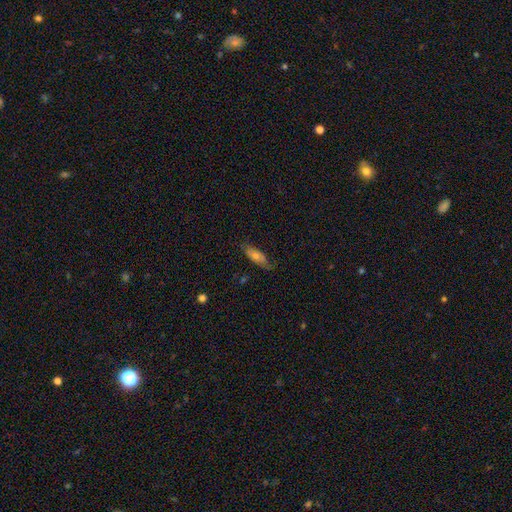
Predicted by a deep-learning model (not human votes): Overall: smooth (55%; featured or disk 37%). How rounded: in between (60%; cigar-shaped 37%). Merging: none (74%).